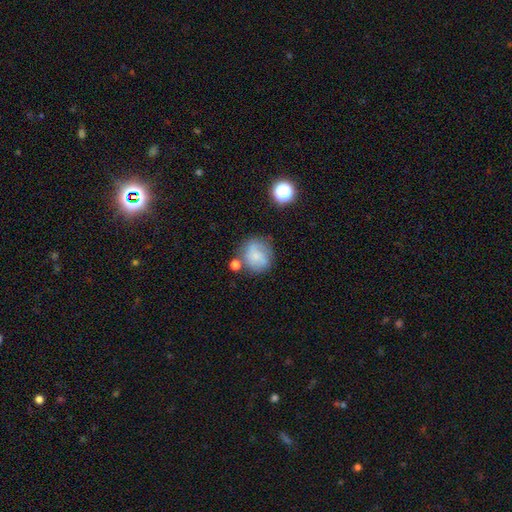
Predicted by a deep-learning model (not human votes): A smooth galaxy with no disk features (66%) that is round (81%). Merging: none (56%).